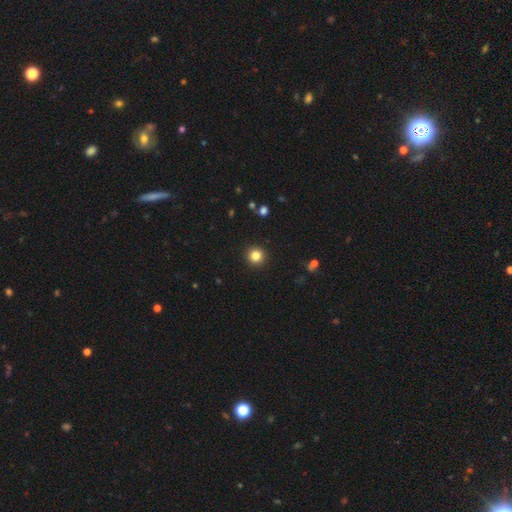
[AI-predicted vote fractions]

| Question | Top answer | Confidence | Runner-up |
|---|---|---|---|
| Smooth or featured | smooth | 83% | star or artifact (12%) |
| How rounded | round | 95% | in between (4%) |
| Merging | none | 93% | minor disturbance (5%) |